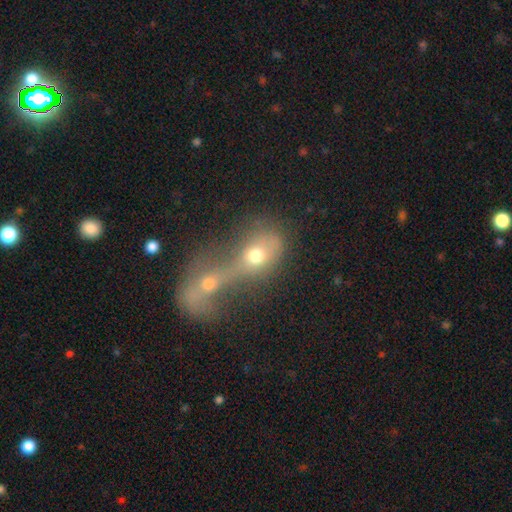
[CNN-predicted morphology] smooth_or_featured: smooth (p=0.58) [alt: featured or disk p=0.27]
how_rounded: in between (p=0.52) [alt: round p=0.45]
merging: merger (p=0.79) [alt: none p=0.09]